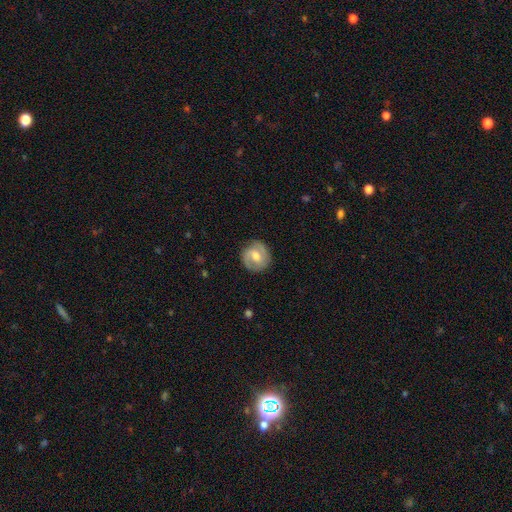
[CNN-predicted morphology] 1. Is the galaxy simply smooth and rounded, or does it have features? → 71% featured or disk, 23% smooth, 6% star or artifact.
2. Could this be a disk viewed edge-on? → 98% no, 2% yes.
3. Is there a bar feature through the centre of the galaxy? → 51% weak, 35% no, 15% strong.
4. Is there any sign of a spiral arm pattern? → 91% yes, 9% no.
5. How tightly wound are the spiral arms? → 44% tight, 43% medium, 12% loose.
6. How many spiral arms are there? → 84% 2, 8% can't tell, 4% 1, 3% 3, 1% 4, 1% more than 4.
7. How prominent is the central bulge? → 69% moderate, 20% small, 7% large, 2% none, 1% dominant.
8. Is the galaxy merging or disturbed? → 83% none, 12% minor disturbance, 4% major disturbance, 1% merger.